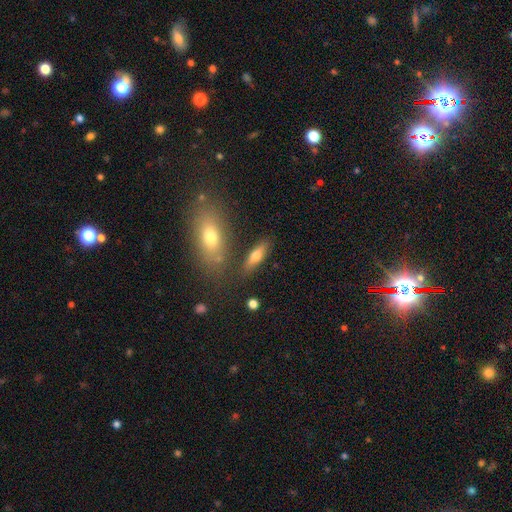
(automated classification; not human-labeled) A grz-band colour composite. It shows a smooth galaxy with no disk features (67%) that is in between round and cigar-shaped (55%). Merging: none (76%).